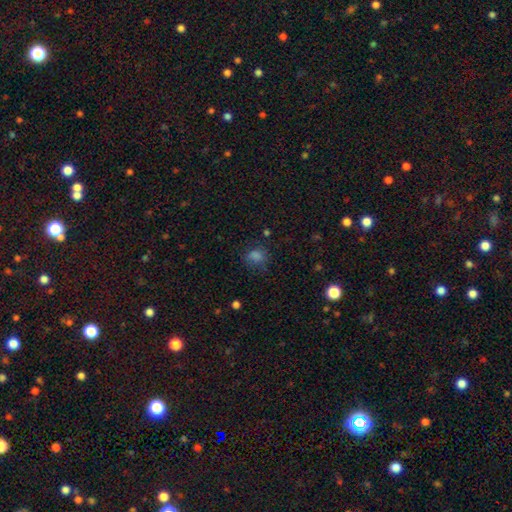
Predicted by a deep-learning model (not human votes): A smooth galaxy with no disk features (75%) that is in between round and cigar-shaped (51%). Merging: none (67%).